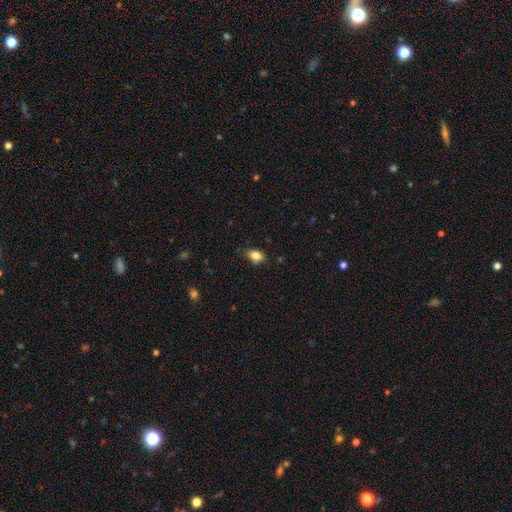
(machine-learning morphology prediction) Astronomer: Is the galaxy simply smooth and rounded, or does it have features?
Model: smooth — 84%.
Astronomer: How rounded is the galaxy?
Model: in between — 83%.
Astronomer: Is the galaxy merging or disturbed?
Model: none — 74%.